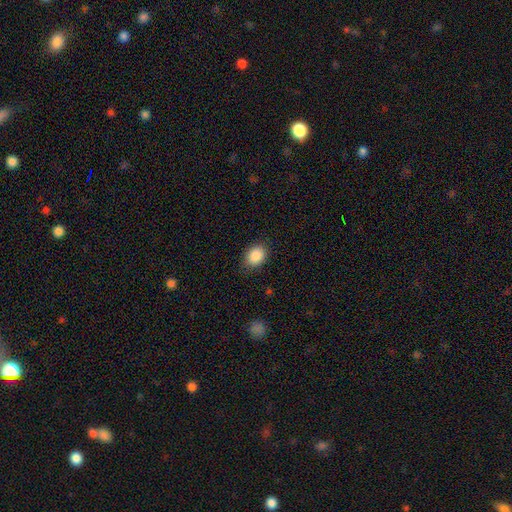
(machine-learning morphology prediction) smooth 88%, star or artifact 8%, featured or disk 4%. Down the decision tree: how rounded — in between (65%); merging — none (83%).